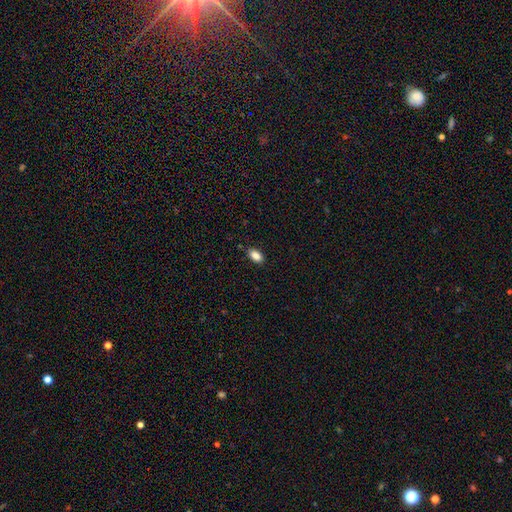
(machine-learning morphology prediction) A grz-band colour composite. It shows a smooth galaxy with no disk features (87%) that is in between round and cigar-shaped (91%). Merging: none (87%).